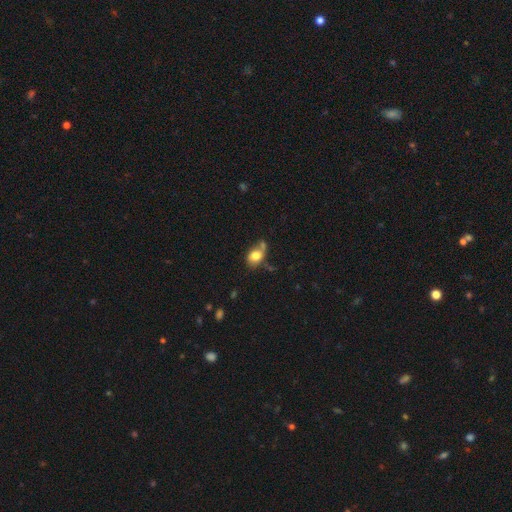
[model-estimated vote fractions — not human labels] smooth 78%, featured or disk 13%, star or artifact 9%. Down the decision tree: how rounded — in between (65%); merging — none (42%).